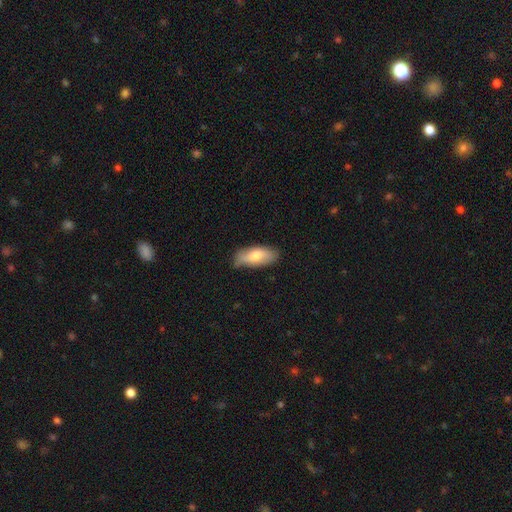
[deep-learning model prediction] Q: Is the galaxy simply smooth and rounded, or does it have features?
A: smooth — 71%.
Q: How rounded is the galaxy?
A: in between — 87%.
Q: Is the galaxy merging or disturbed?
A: none — 64%.